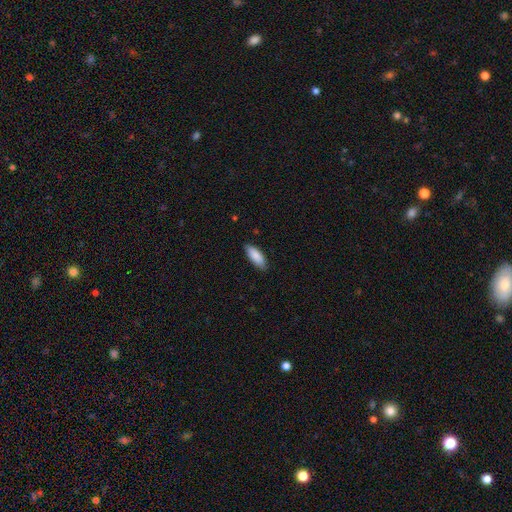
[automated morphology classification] Q: Smooth or featured?
A: smooth (88%); runner-up: featured or disk (6%)
Q: How rounded?
A: in between (74%); runner-up: cigar-shaped (24%)
Q: Merging?
A: none (84%); runner-up: minor disturbance (13%)